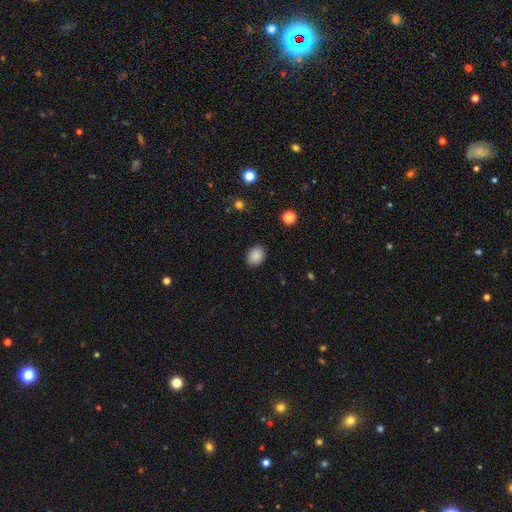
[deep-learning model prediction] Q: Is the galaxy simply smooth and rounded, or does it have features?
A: smooth — 87%.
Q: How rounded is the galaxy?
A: in between — 54%.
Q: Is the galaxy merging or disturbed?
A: none — 88%.